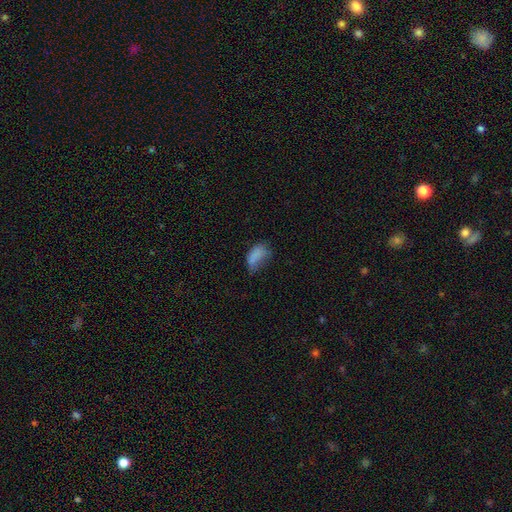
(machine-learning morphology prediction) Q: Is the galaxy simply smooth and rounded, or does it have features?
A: smooth — 77%.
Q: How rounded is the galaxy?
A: in between — 91%.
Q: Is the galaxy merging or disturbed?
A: minor disturbance — 36%.